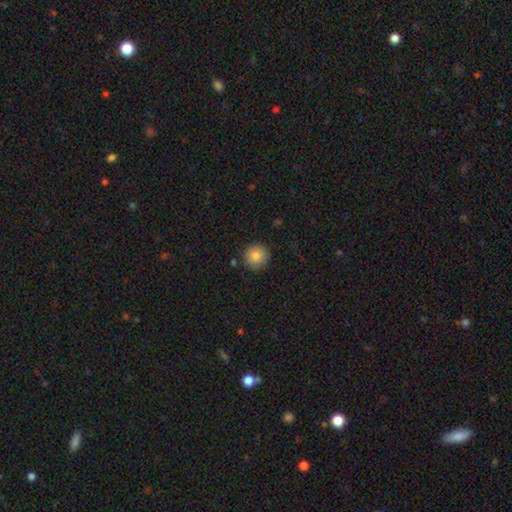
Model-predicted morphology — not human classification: A smooth galaxy with no disk features (86%) that is round (94%).

Vote fractions:
- Smooth or featured? smooth: 86% / star or artifact: 9% / featured or disk: 5%
- How rounded? round: 94% / in between: 5% / cigar-shaped: 1%
- Merging? none: 89% / minor disturbance: 8% / major disturbance: 2% / merger: 2%